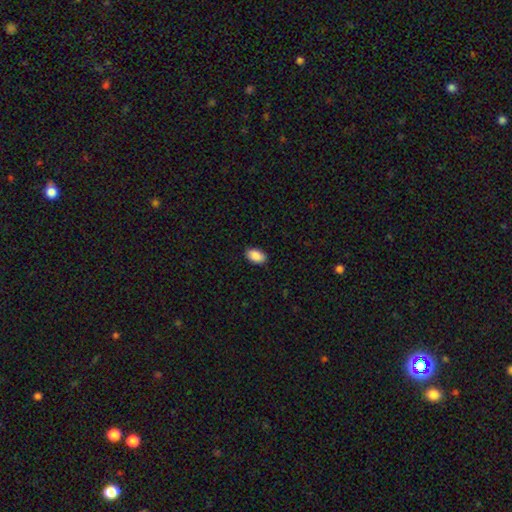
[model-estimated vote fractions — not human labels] Smooth or featured? Predicted: smooth (p=0.90). How rounded? Predicted: in between (p=0.93). Merging? Predicted: none (p=0.88).